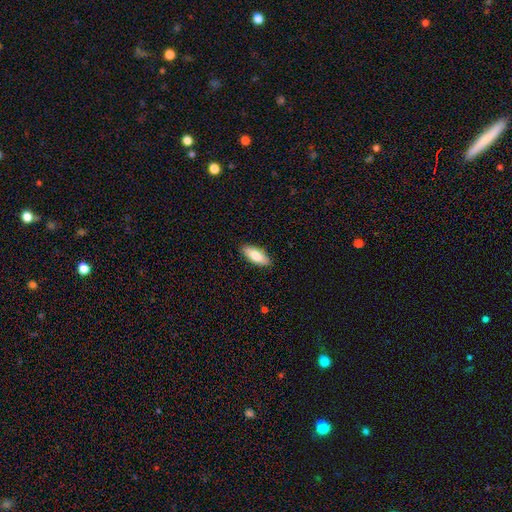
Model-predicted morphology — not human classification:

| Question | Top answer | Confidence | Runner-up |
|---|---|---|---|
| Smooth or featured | smooth | 79% | featured or disk (15%) |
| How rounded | in between | 77% | cigar-shaped (21%) |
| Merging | none | 88% | minor disturbance (9%) |